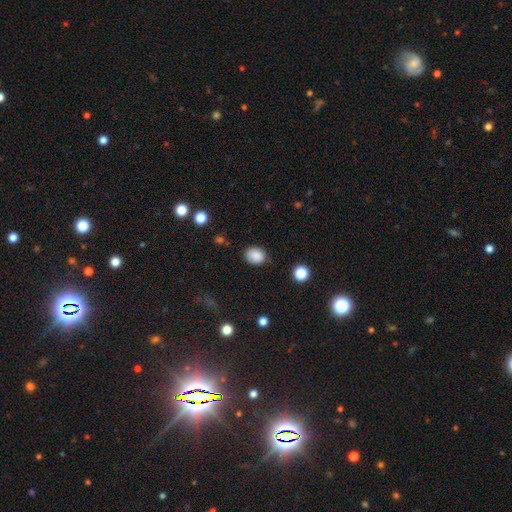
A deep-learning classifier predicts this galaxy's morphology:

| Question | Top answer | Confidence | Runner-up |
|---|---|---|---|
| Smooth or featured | smooth | 87% | star or artifact (10%) |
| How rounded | round | 57% | in between (42%) |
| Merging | none | 81% | minor disturbance (14%) |